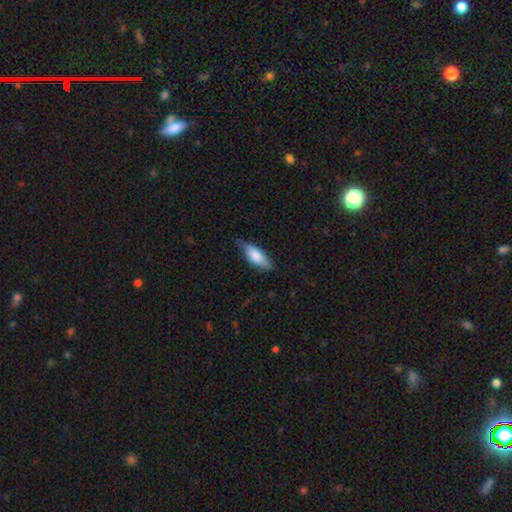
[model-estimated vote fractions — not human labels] Q: Smooth or featured?
A: smooth (76%); runner-up: featured or disk (18%)
Q: How rounded?
A: in between (68%); runner-up: cigar-shaped (30%)
Q: Merging?
A: none (71%); runner-up: minor disturbance (24%)